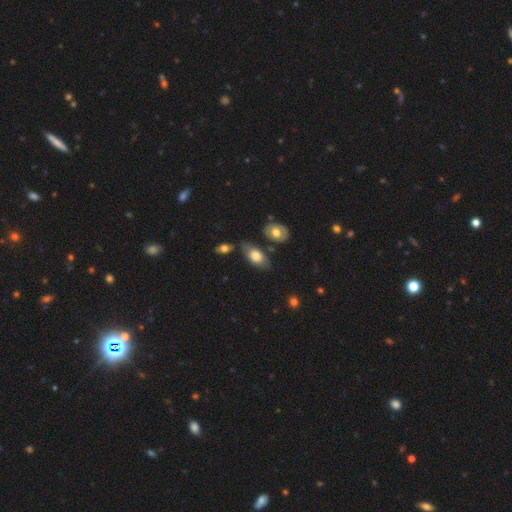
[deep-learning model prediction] The model was most divided on "merging": none: 64%, minor disturbance: 20%, merger: 10%, major disturbance: 6%. More confident: how rounded — in between (90%); smooth or featured — smooth (69%).